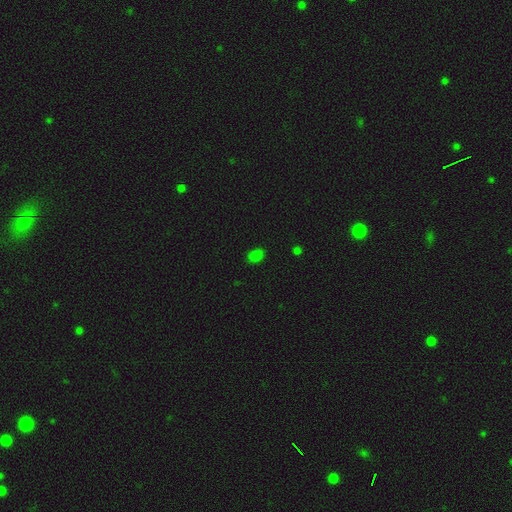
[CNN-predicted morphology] A smooth galaxy with no disk features (79%) that is in between round and cigar-shaped (80%).

Vote fractions:
- Smooth or featured? smooth: 79% / star or artifact: 18% / featured or disk: 3%
- How rounded? in between: 80% / round: 18% / cigar-shaped: 1%
- Merging? none: 85% / minor disturbance: 11% / major disturbance: 3% / merger: 1%